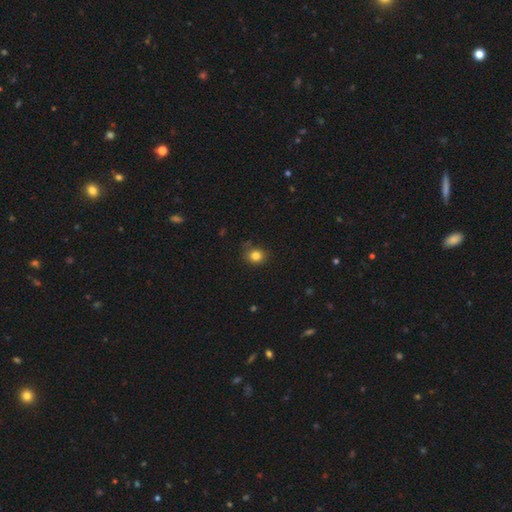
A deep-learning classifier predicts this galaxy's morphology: Smooth or featured? Predicted: smooth (p=0.82). How rounded? Predicted: round (p=0.74). Merging? Predicted: none (p=0.79).